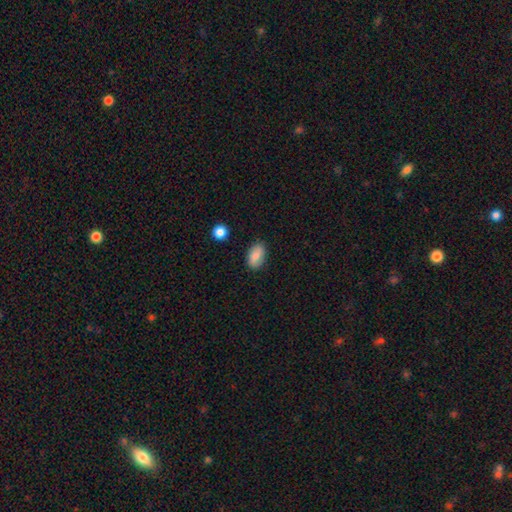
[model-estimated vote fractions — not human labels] Smooth or featured? Predicted: smooth (p=0.82). How rounded? Predicted: in between (p=0.91). Merging? Predicted: none (p=0.81).